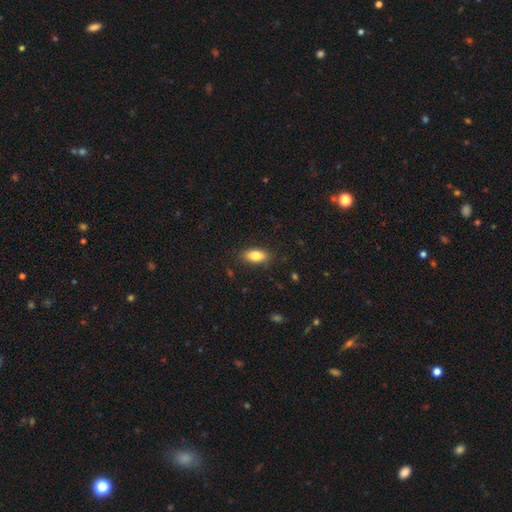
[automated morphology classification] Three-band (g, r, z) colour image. It shows a smooth galaxy with no disk features (82%) that is in between round and cigar-shaped (86%). Merging: none (85%).